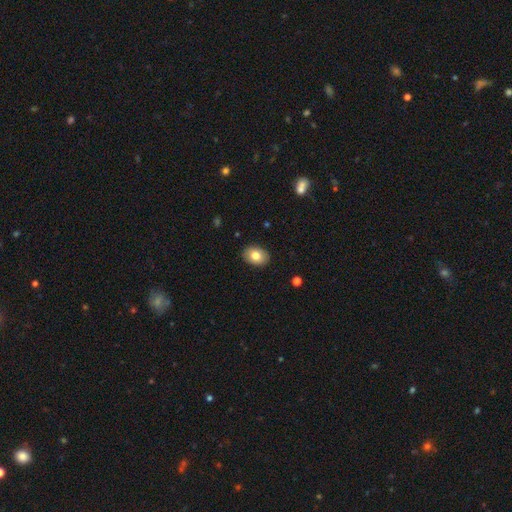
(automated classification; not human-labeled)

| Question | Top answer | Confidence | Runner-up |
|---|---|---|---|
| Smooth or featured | smooth | 79% | featured or disk (13%) |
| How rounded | in between | 77% | round (22%) |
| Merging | none | 89% | minor disturbance (8%) |